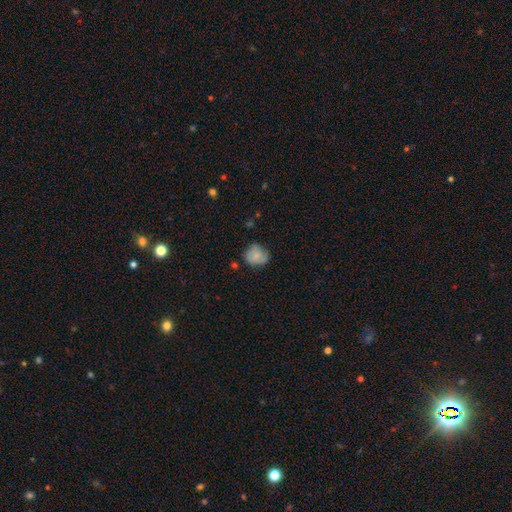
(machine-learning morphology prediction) A smooth galaxy with no disk features (67%) that is round (72%). Merging: none (63%).